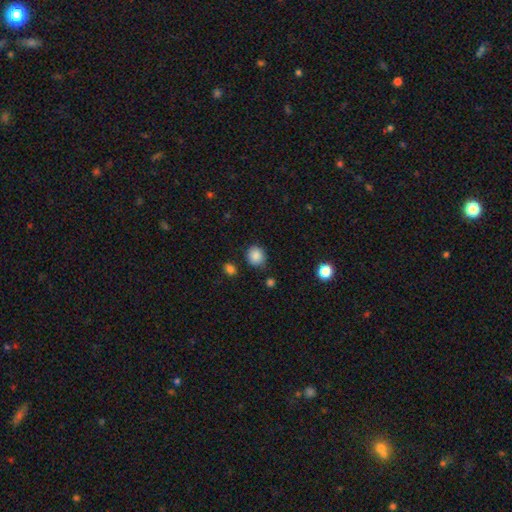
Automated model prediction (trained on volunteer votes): A smooth galaxy with no disk features (87%) that is round (78%). Merging: none (81%).